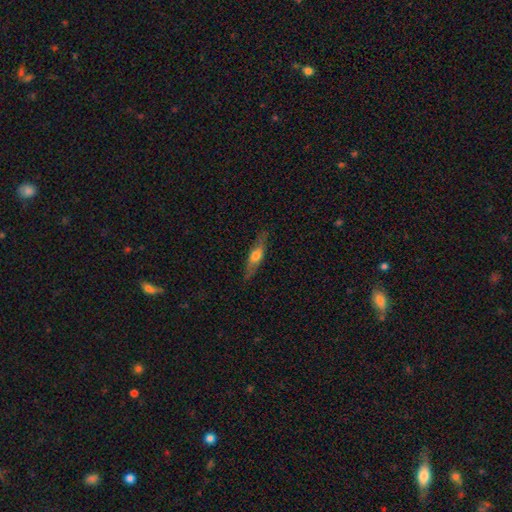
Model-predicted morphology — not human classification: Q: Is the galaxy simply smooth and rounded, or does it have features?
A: smooth — 47%, tied with featured or disk.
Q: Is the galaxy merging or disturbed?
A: none — 84%.